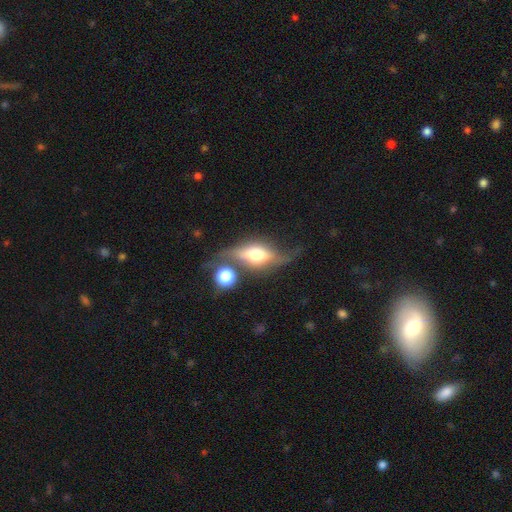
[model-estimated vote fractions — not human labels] smooth_or_featured: featured or disk (p=0.64) [alt: smooth p=0.28]
disk_edge_on: yes (p=0.66) [alt: no p=0.34]
merging: none (p=0.44) [alt: minor disturbance p=0.21]